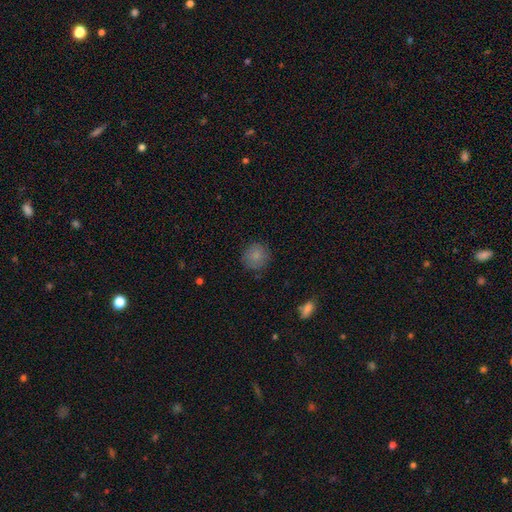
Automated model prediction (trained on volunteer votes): smooth-or-featured: smooth: 83% | star or artifact: 9% | featured or disk: 8%
  how-rounded: round: 89% | in between: 10% | cigar-shaped: 1%
  merging: none: 82% | minor disturbance: 13% | major disturbance: 3% | merger: 1%